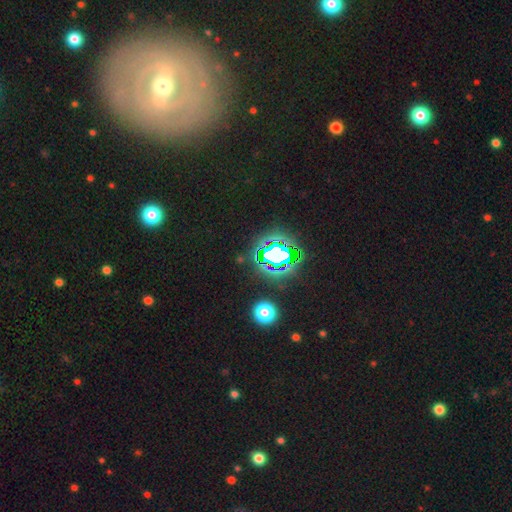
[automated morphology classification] type=star or artifact (72%).